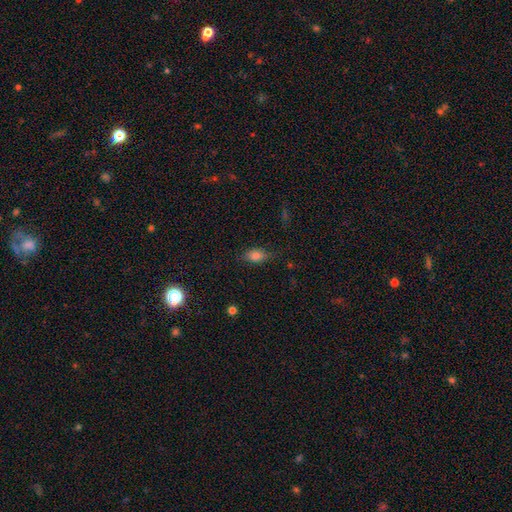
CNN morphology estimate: Overall: smooth (80%). How rounded: in between (83%). Merging: none (74%).